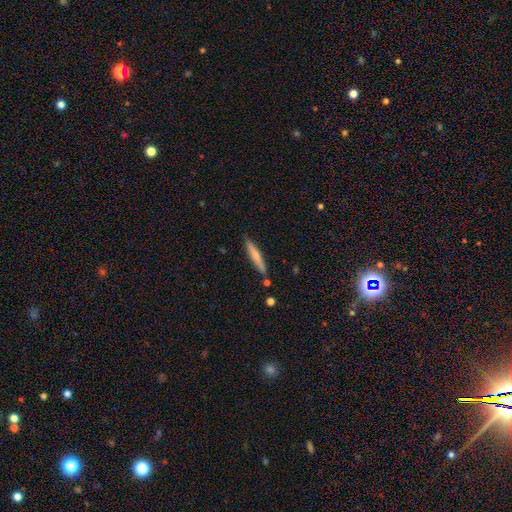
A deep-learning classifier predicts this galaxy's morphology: The model was most divided on "smooth or featured": smooth: 63%, featured or disk: 31%, star or artifact: 6%. More confident: how rounded — cigar-shaped (93%); merging — none (85%).